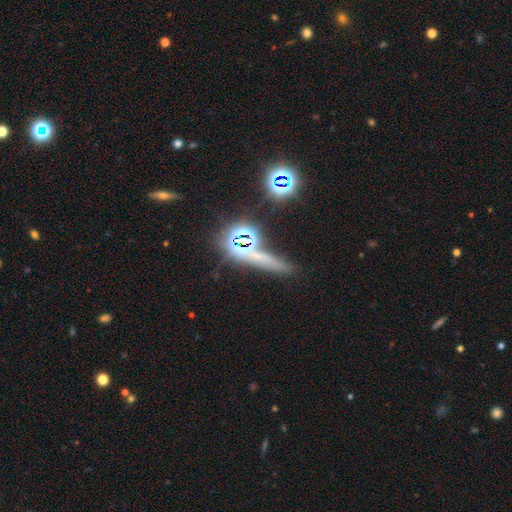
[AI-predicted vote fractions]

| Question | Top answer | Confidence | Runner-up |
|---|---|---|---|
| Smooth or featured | star or artifact | 47% | smooth (35%) |